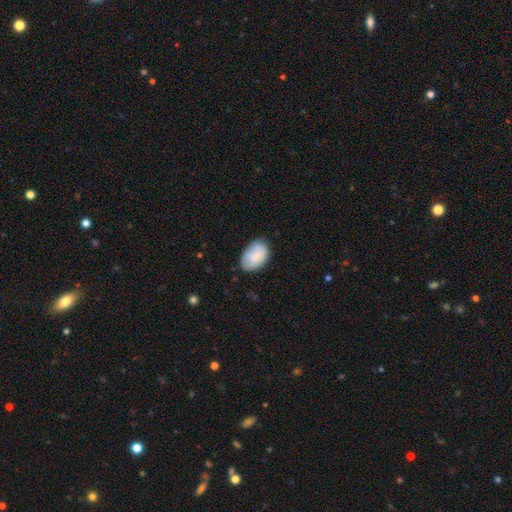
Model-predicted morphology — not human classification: This is likely a smooth galaxy (74%). How rounded: clearly in between (89%). Merging: likely none (69%).